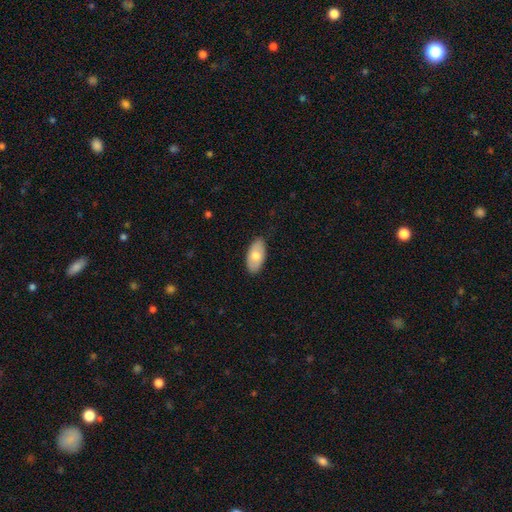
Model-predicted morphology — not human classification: smooth-or-featured: smooth: 73% | featured or disk: 21% | star or artifact: 6%
  how-rounded: in between: 94% | cigar-shaped: 3% | round: 3%
  merging: none: 84% | minor disturbance: 13% | major disturbance: 2% | merger: 1%